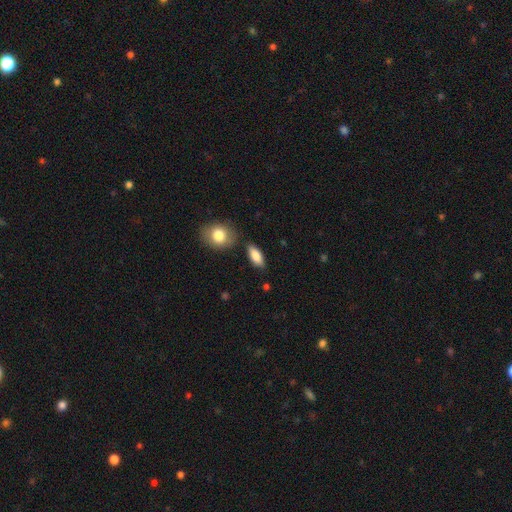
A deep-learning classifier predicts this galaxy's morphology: This appears to be a smooth galaxy with no disk features (85%) that is in between round and cigar-shaped (84%). Merging: none (80%).